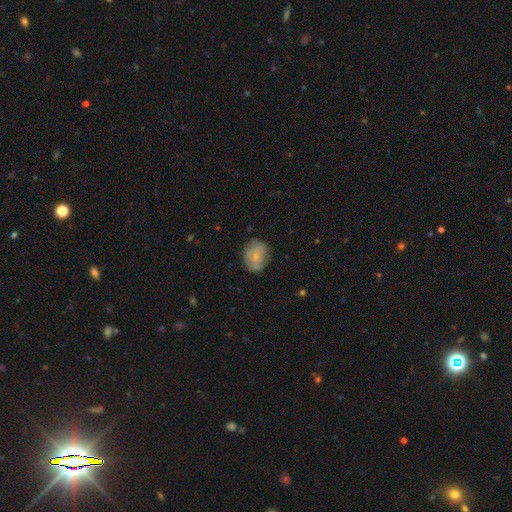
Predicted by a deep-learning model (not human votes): Smooth or featured? smooth (58%)
How rounded? round (54%)
Merging? none (72%)